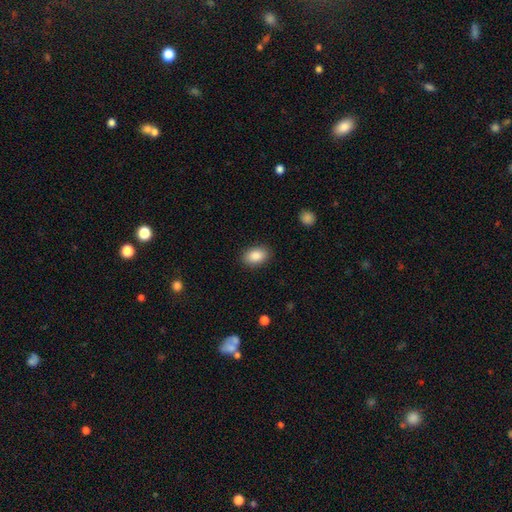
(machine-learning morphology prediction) This is clearly a smooth galaxy (88%). How rounded: clearly in between (86%). Merging: clearly none (88%).